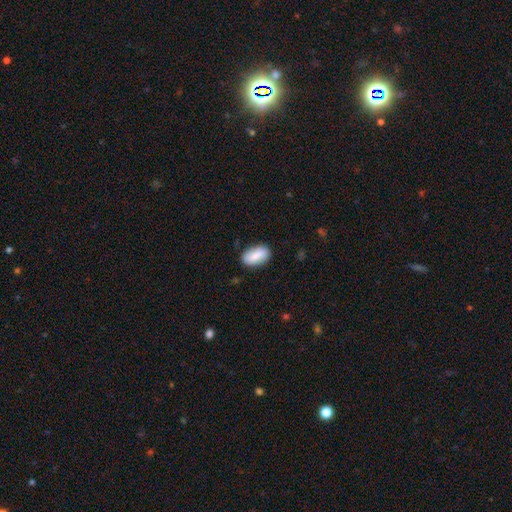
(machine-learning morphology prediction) Q: Smooth or featured?
A: smooth (81%); runner-up: featured or disk (13%)
Q: How rounded?
A: in between (92%); runner-up: round (4%)
Q: Merging?
A: none (85%); runner-up: minor disturbance (12%)